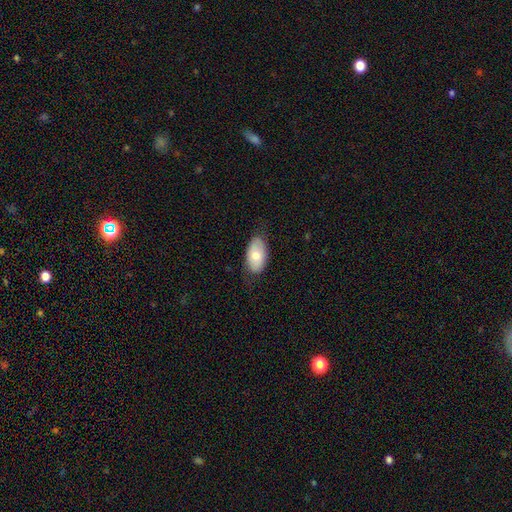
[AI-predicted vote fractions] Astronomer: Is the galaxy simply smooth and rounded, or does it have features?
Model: smooth — 74%.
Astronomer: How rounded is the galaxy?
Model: in between — 95%.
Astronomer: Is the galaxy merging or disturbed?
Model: none — 76%.